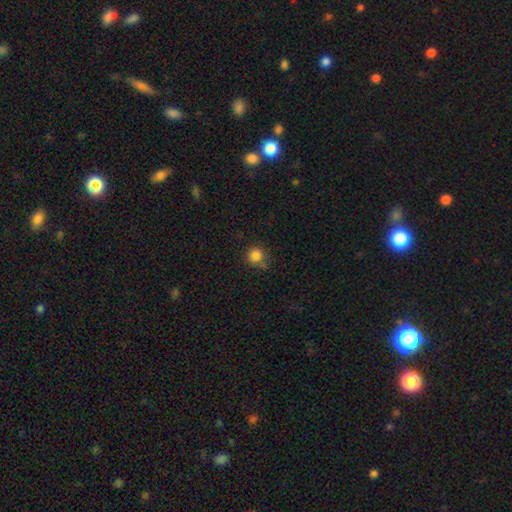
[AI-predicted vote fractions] Smooth or featured? Predicted: smooth (p=0.85). How rounded? Predicted: round (p=0.93). Merging? Predicted: none (p=0.76).